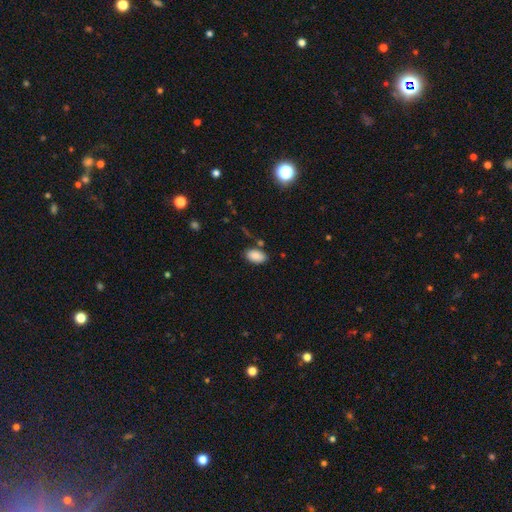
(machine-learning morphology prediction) smooth-or-featured: smooth: 87% | star or artifact: 8% | featured or disk: 5%
  how-rounded: in between: 94% | round: 4% | cigar-shaped: 2%
  merging: none: 77% | minor disturbance: 14% | merger: 6% | major disturbance: 4%